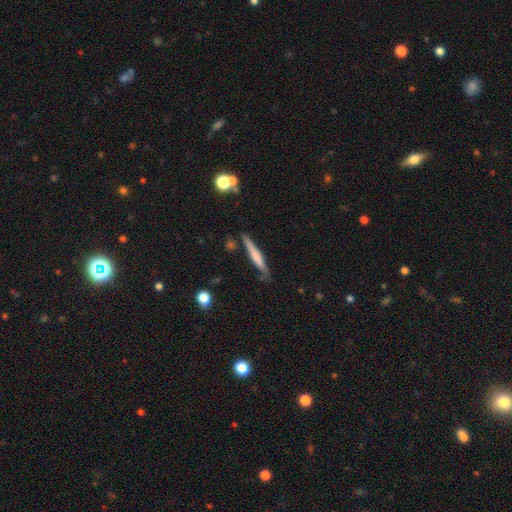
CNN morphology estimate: Q: Smooth or featured?
A: smooth (51%); runner-up: featured or disk (43%)
Q: How rounded?
A: cigar-shaped (93%); runner-up: in between (5%)
Q: Merging?
A: none (76%); runner-up: minor disturbance (17%)